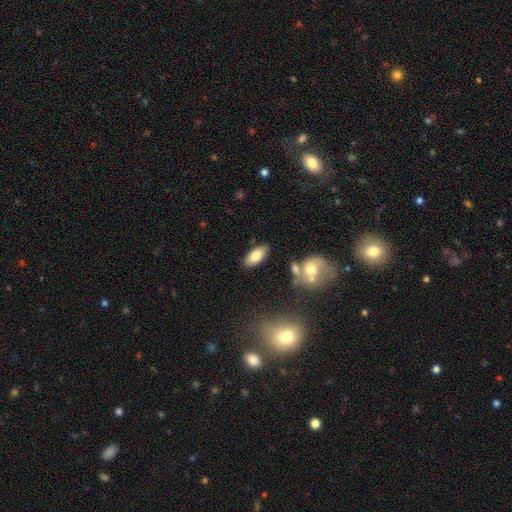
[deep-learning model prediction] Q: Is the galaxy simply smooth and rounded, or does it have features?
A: smooth — 76%.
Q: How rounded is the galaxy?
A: in between — 88%.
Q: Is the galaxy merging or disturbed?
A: none — 82%.